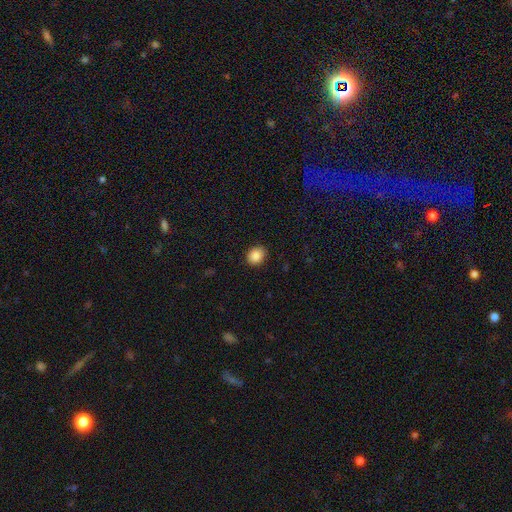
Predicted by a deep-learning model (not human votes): This is clearly a smooth galaxy (88%). How rounded: likely round (63%). Merging: clearly none (88%).